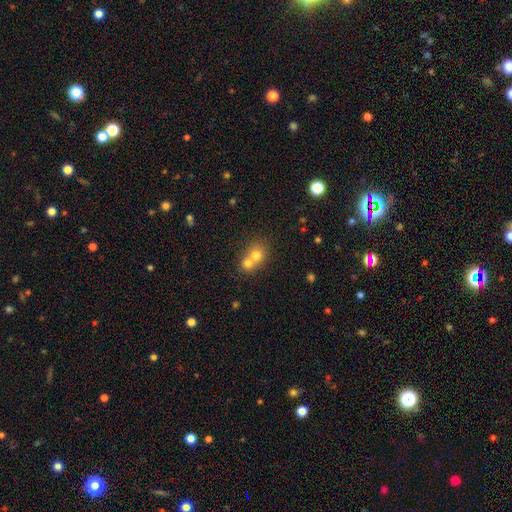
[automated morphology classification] The model was most divided on "merging": merger: 65%, none: 28%, minor disturbance: 5%, major disturbance: 2%. More confident: how rounded — round (76%); smooth or featured — smooth (72%).